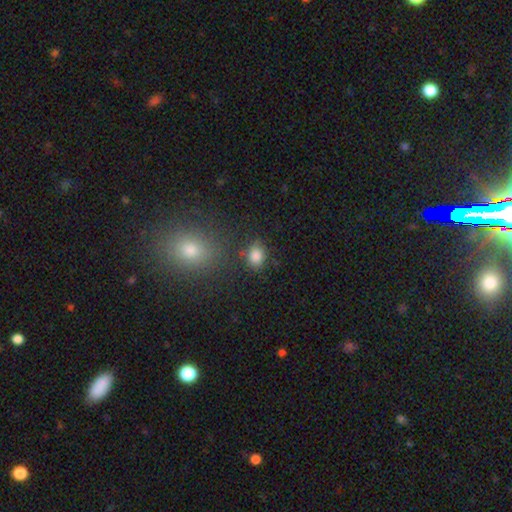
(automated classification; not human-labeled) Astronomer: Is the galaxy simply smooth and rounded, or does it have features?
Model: smooth — 84%.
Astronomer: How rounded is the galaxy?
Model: in between — 52% (runner-up: round, 47%).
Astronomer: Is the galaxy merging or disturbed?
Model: none — 73%.